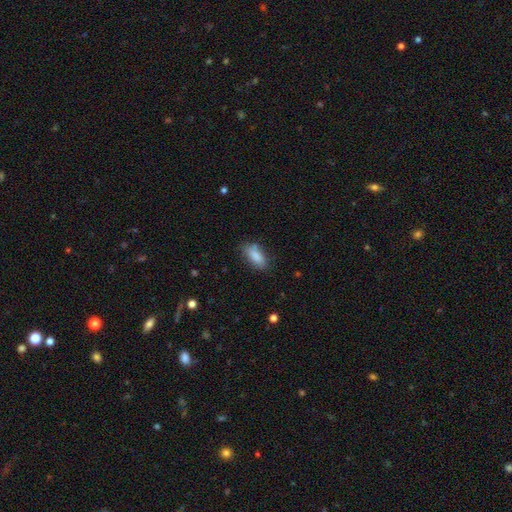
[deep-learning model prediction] Smooth or featured? smooth (85%)
How rounded? in between (85%)
Merging? none (72%)